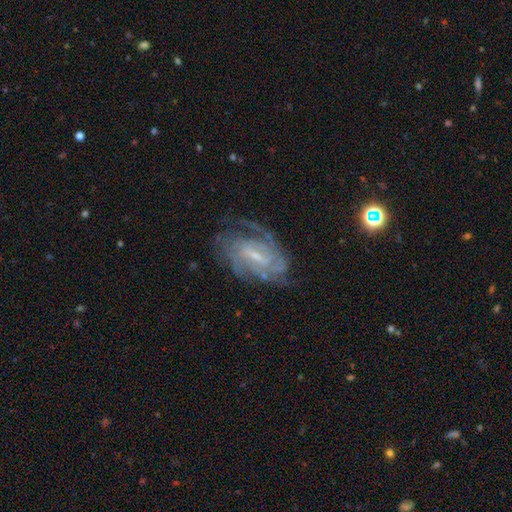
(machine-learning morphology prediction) Overall: featured or disk (85%). Edge-on disk: no (96%). Bar: weak (53%; strong 27%). Spiral arms: yes (95%). Spiral arm count: can't tell (32%; 2 26%). Spiral winding: tight (57%; medium 35%). Bulge size: small (62%; moderate 26%). Merging: none (70%).